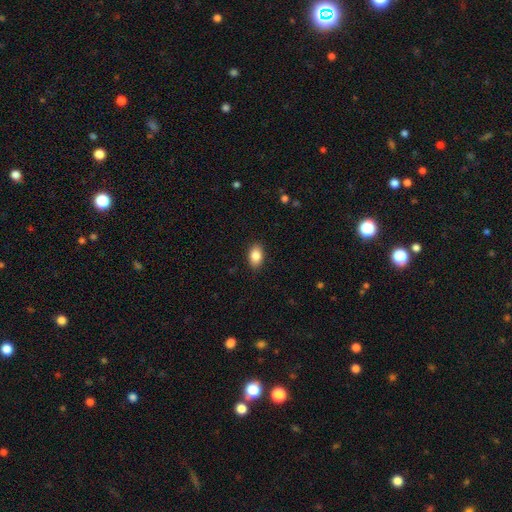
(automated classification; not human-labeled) This appears to be a smooth galaxy with no disk features (86%) that is in between round and cigar-shaped (87%). Merging: none (89%).